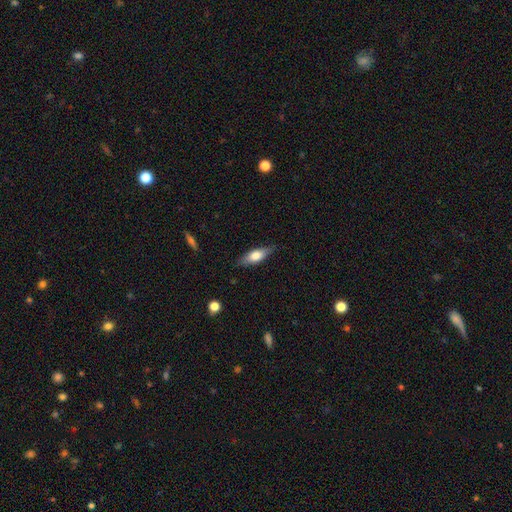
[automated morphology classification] Q: Smooth or featured?
A: smooth (62%); runner-up: featured or disk (32%)
Q: How rounded?
A: in between (62%); runner-up: cigar-shaped (35%)
Q: Merging?
A: none (80%); runner-up: minor disturbance (16%)